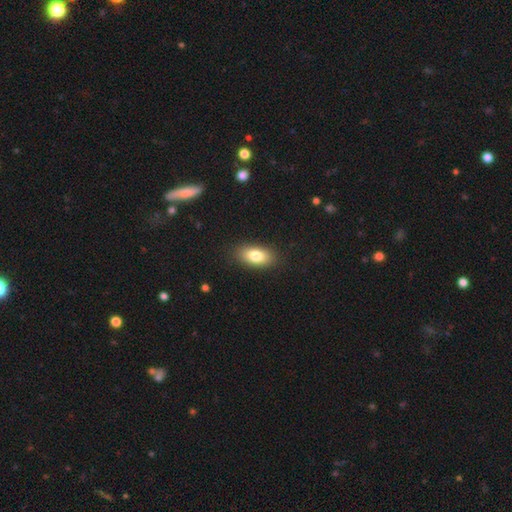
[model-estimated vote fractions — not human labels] The model was most divided on "smooth or featured": smooth: 81%, featured or disk: 11%, star or artifact: 8%. More confident: how rounded — in between (89%); merging — none (87%).